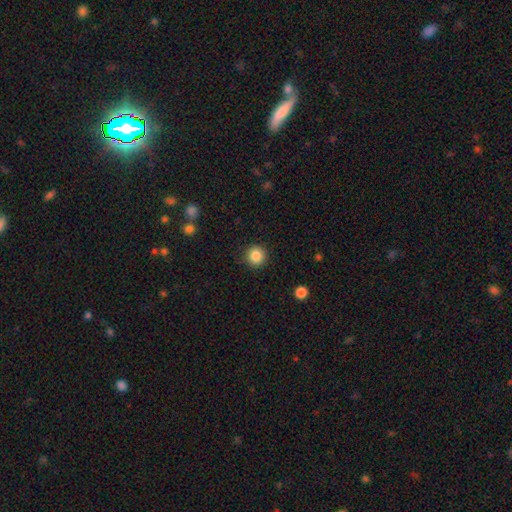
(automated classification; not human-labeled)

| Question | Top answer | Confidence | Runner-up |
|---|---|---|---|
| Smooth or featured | smooth | 86% | star or artifact (10%) |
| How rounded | round | 94% | in between (5%) |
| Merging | none | 91% | minor disturbance (6%) |